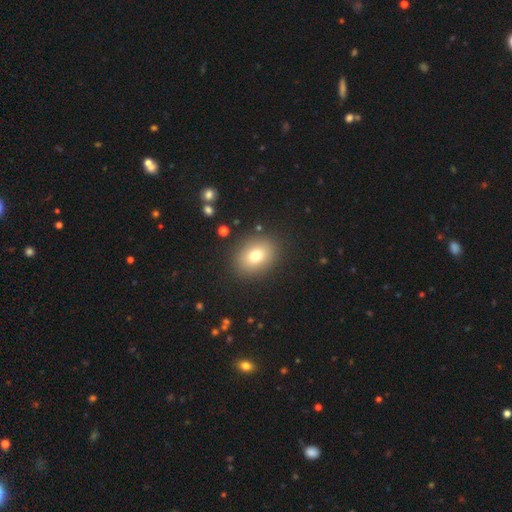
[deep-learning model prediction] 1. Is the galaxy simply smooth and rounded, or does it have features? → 76% smooth, 12% featured or disk, 12% star or artifact.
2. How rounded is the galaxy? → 56% in between, 43% round, 1% cigar-shaped.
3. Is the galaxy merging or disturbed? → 88% none, 8% minor disturbance, 3% major disturbance, 2% merger.